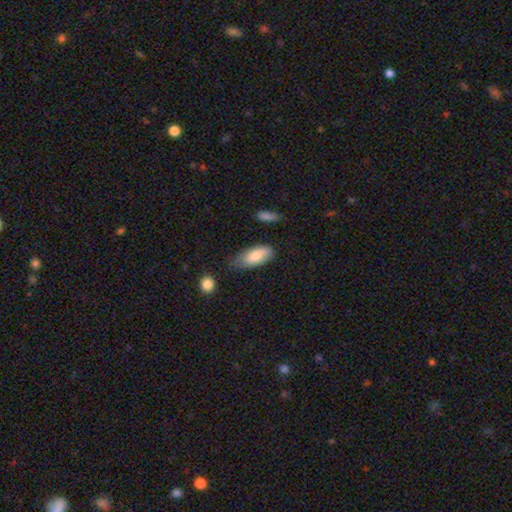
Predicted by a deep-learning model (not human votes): Q: Smooth or featured?
A: smooth (80%); runner-up: featured or disk (14%)
Q: How rounded?
A: in between (86%); runner-up: cigar-shaped (12%)
Q: Merging?
A: none (61%); runner-up: minor disturbance (29%)